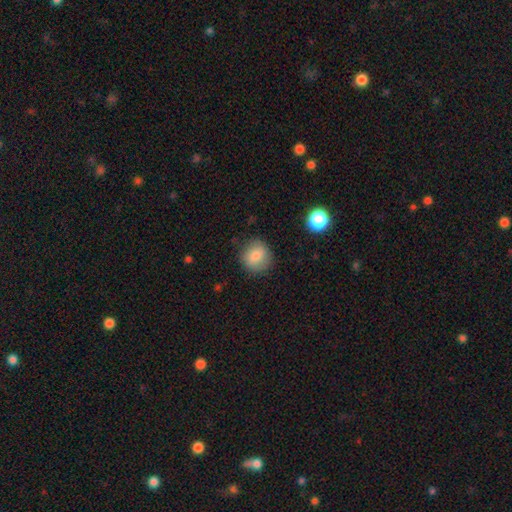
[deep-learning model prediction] A smooth galaxy with no disk features (82%) that is round (86%).

Vote fractions:
- Smooth or featured? smooth: 82% / featured or disk: 9% / star or artifact: 9%
- How rounded? round: 86% / in between: 13% / cigar-shaped: 1%
- Merging? none: 84% / minor disturbance: 11% / major disturbance: 3% / merger: 1%